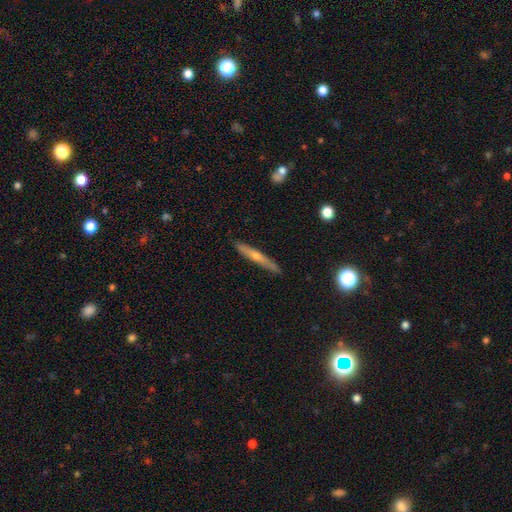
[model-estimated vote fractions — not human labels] Smooth or featured?
  - featured or disk: 60% *
  - smooth: 28%
  - star or artifact: 12%
Edge-on disk?
  - yes: 93% *
  - no: 7%
Edge-on bulge?
  - rounded: 79% *
  - none: 16%
  - boxy: 5%
Merging?
  - none: 87% *
  - minor disturbance: 9%
  - major disturbance: 2%
  - merger: 2%